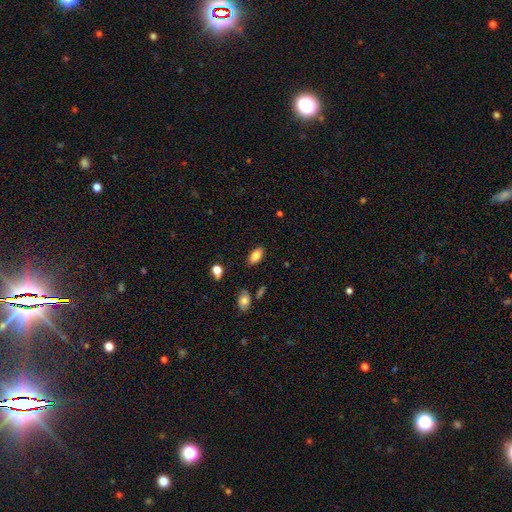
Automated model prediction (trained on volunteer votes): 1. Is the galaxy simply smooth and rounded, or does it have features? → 83% smooth, 9% featured or disk, 8% star or artifact.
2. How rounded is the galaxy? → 91% in between, 4% cigar-shaped, 4% round.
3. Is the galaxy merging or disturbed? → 86% none, 10% minor disturbance, 2% major disturbance, 2% merger.